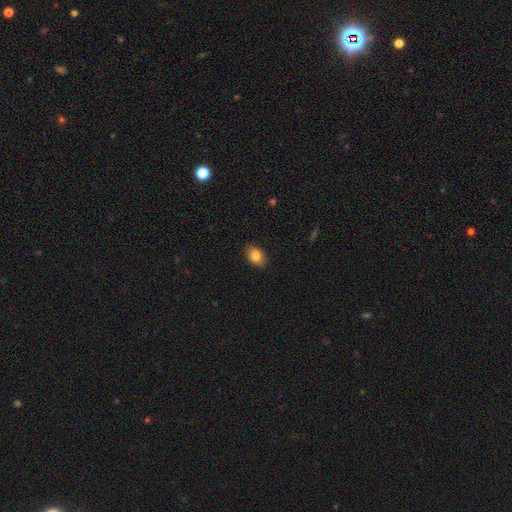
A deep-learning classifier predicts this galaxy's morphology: Overall: smooth (85%). How rounded: in between (81%). Merging: none (84%).